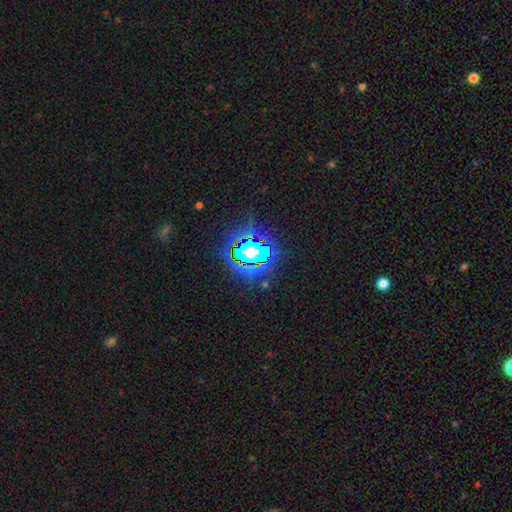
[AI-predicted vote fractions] Smooth or featured? Predicted: star or artifact (p=0.75).